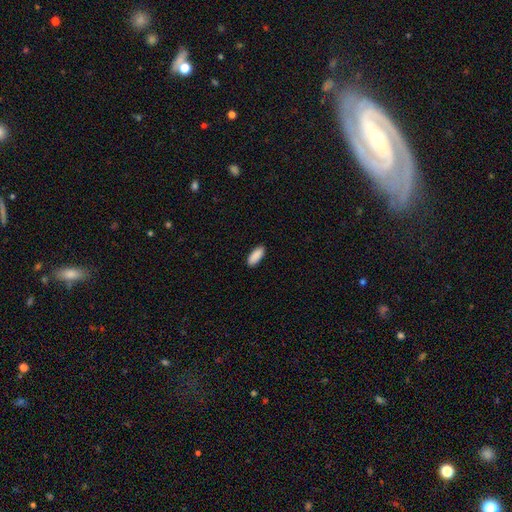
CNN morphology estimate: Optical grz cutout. It shows a smooth galaxy with no disk features (91%) that is in between round and cigar-shaped (81%). Merging: none (90%).